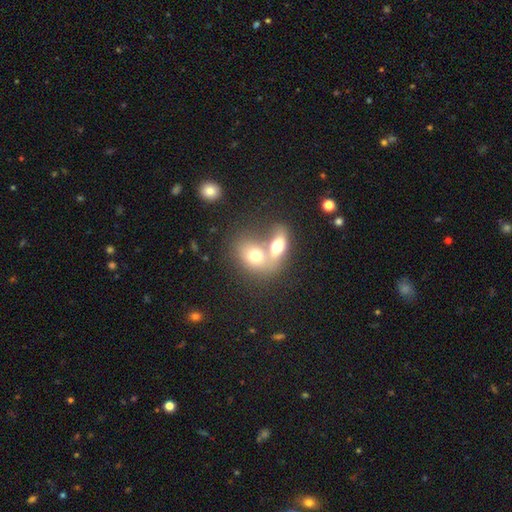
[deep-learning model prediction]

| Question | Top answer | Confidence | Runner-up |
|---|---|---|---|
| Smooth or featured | smooth | 69% | featured or disk (23%) |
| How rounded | in between | 68% | round (29%) |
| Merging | merger | 67% | none (22%) |